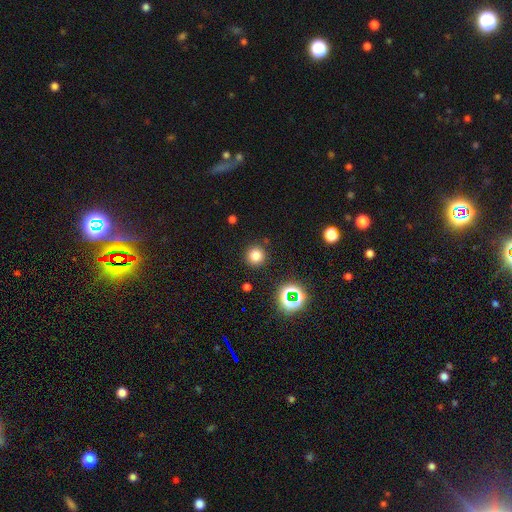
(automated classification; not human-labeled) The model was most divided on "smooth or featured": smooth: 74%, star or artifact: 19%, featured or disk: 6%. More confident: how rounded — round (94%); merging — none (88%).